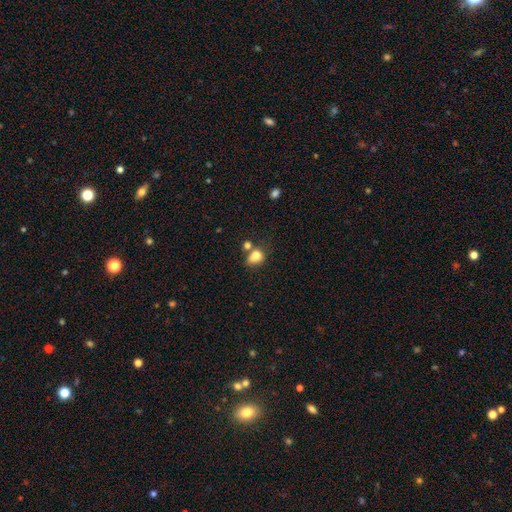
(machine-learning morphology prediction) Smooth or featured? Predicted: smooth (p=0.81). How rounded? Predicted: in between (p=0.57). Merging? Predicted: none (p=0.45).